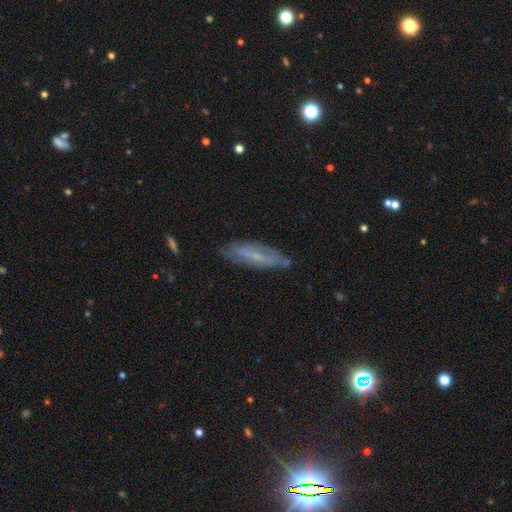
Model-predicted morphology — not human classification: type=featured or disk (54%); edge-on=no (58%); merging=none (75%).